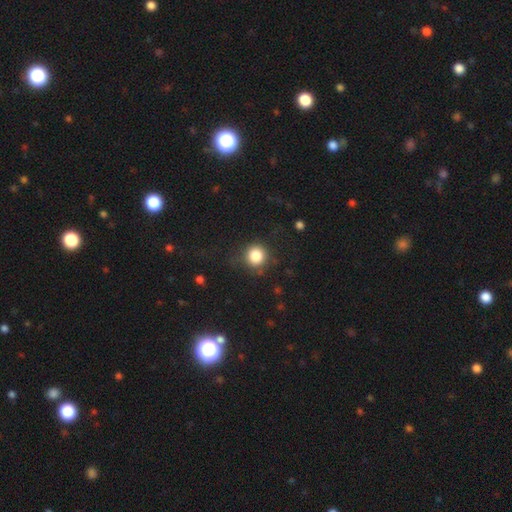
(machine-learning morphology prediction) Smooth or featured? smooth (84%)
How rounded? round (91%)
Merging? none (78%)